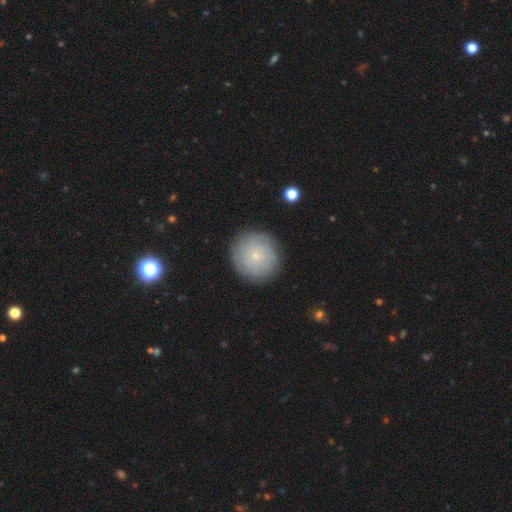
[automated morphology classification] smooth-or-featured: smooth: 59% | featured or disk: 33% | star or artifact: 8%
  how-rounded: round: 92% | in between: 7% | cigar-shaped: 1%
  merging: none: 87% | minor disturbance: 9% | major disturbance: 3% | merger: 1%